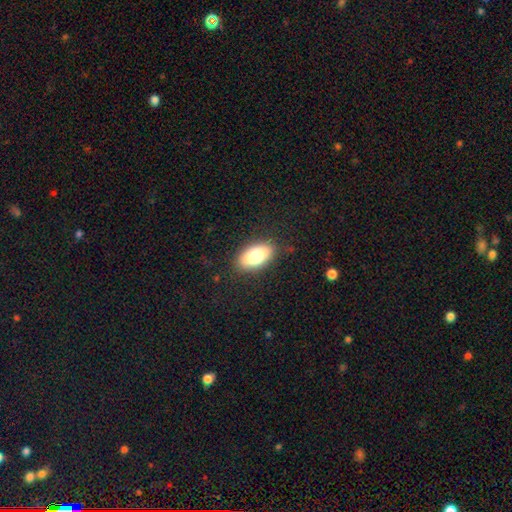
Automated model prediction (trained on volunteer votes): Q: Smooth or featured?
A: smooth (79%); runner-up: featured or disk (14%)
Q: How rounded?
A: in between (91%); runner-up: round (5%)
Q: Merging?
A: none (84%); runner-up: minor disturbance (12%)